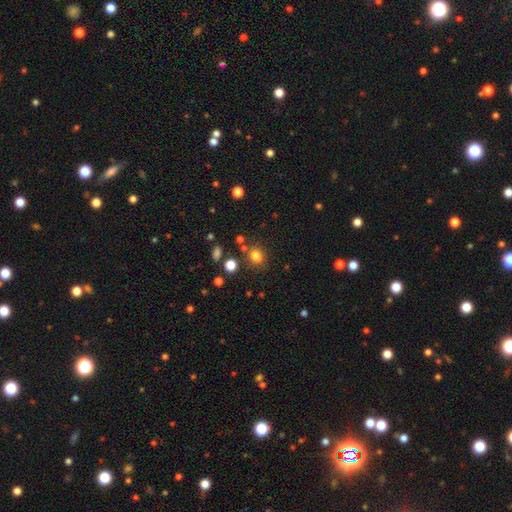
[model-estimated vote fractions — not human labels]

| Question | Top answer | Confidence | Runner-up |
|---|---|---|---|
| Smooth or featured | smooth | 78% | star or artifact (16%) |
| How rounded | round | 66% | in between (33%) |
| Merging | none | 77% | minor disturbance (12%) |